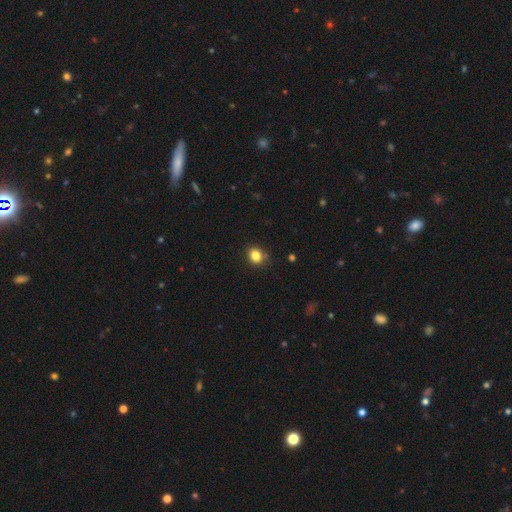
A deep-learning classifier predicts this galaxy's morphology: A smooth galaxy with no disk features (83%) that is round (63%).

Vote fractions:
- Smooth or featured? smooth: 83% / star or artifact: 11% / featured or disk: 5%
- How rounded? round: 63% / in between: 36% / cigar-shaped: 1%
- Merging? none: 82% / minor disturbance: 12% / merger: 4% / major disturbance: 3%